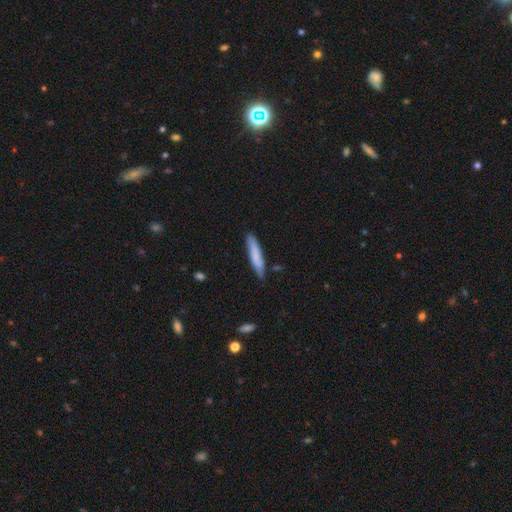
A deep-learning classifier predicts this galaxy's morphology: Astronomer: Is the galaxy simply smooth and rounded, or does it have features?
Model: smooth — 76%.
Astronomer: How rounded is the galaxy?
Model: cigar-shaped — 89%.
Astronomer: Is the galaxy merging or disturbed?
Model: none — 79%.